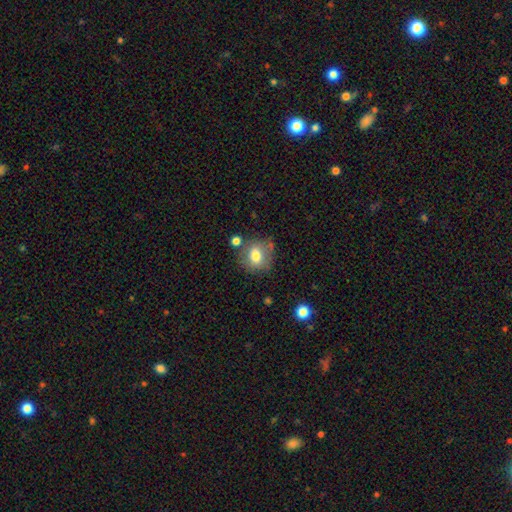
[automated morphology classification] This is likely a smooth galaxy (74%). How rounded: likely round (73%). Merging: likely none (67%).